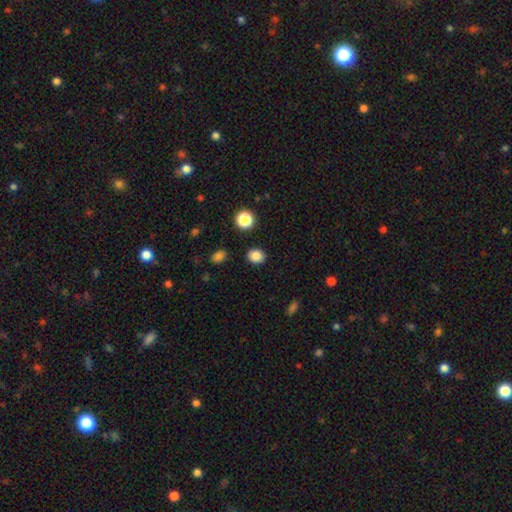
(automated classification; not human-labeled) The model was most divided on "how rounded": round: 59%, in between: 40%, cigar-shaped: 1%. More confident: merging — none (88%); smooth or featured — smooth (84%).